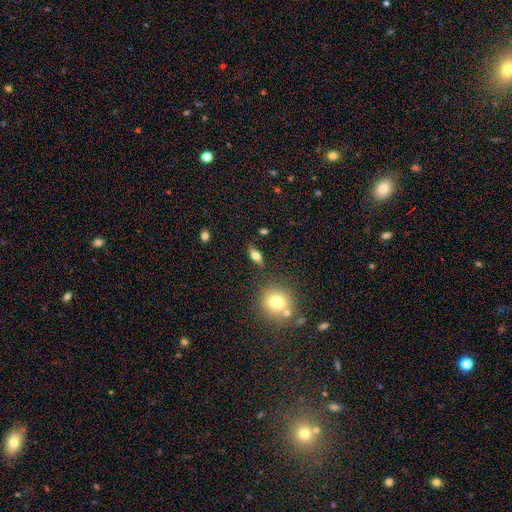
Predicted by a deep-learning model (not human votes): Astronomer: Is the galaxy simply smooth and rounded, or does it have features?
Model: smooth — 61%.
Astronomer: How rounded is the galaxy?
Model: in between — 72%.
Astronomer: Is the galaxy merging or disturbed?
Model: none — 80%.